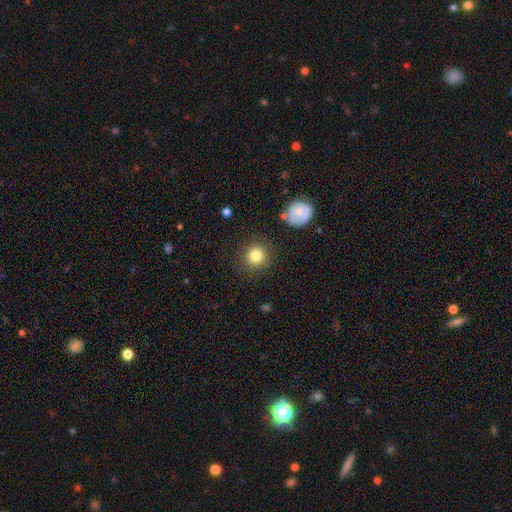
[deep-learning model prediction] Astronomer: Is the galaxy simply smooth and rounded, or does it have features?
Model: smooth — 81%.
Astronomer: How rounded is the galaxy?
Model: round — 94%.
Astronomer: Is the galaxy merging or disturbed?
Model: none — 86%.